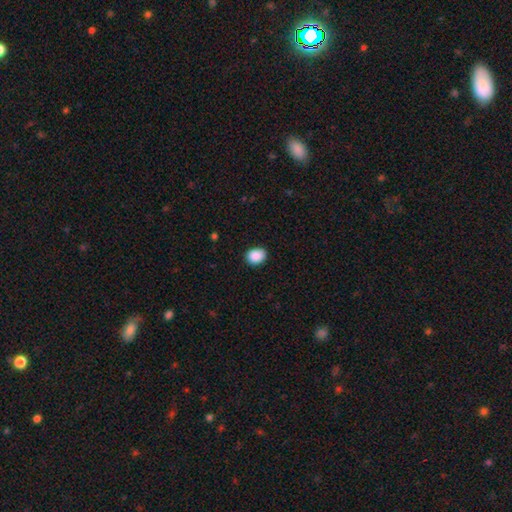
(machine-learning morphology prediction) Smooth or featured? smooth (90%)
How rounded? in between (59%)
Merging? none (87%)